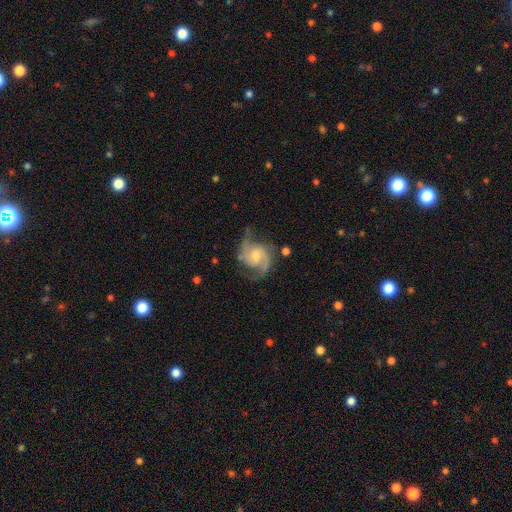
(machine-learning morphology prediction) Overall: featured or disk (86%). Edge-on disk: no (98%). Bar: no (60%; weak 35%). Spiral arms: yes (97%). Spiral arm count: 2 (88%). Spiral winding: medium (53%; loose 28%). Bulge size: moderate (48%; small 40%). Merging: none (66%).